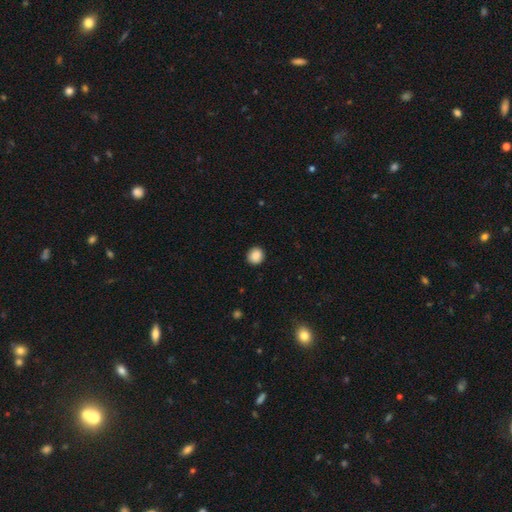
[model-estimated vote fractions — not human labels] smooth_or_featured: smooth (p=0.88) [alt: star or artifact p=0.09]
how_rounded: round (p=0.86) [alt: in between p=0.13]
merging: none (p=0.90) [alt: minor disturbance p=0.07]